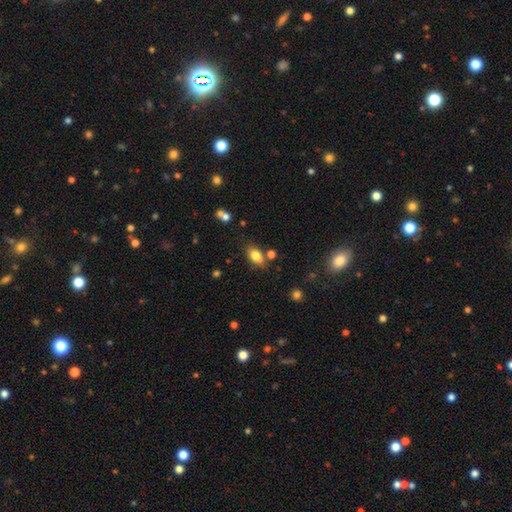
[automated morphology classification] This appears to be a smooth galaxy with no disk features (81%) that is in between round and cigar-shaped (89%). Merging: none (72%).